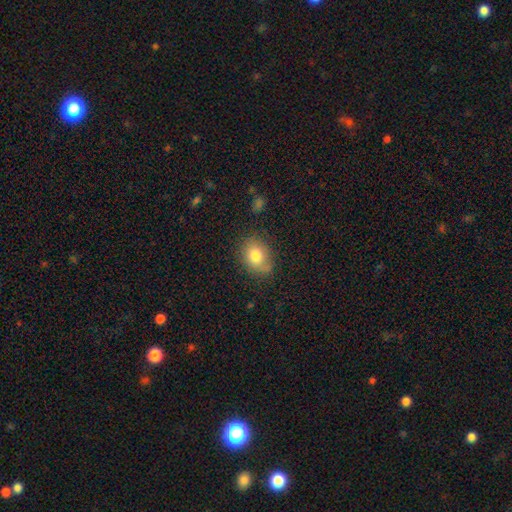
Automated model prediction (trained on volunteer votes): Q: Smooth or featured?
A: smooth (80%); runner-up: featured or disk (11%)
Q: How rounded?
A: in between (58%); runner-up: round (40%)
Q: Merging?
A: none (71%); runner-up: minor disturbance (21%)